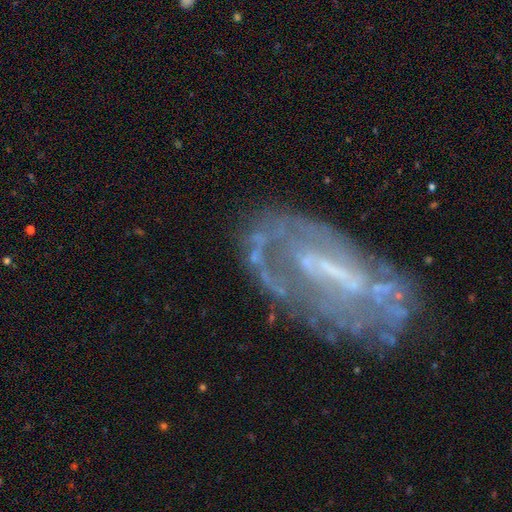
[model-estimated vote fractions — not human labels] Morphology: type=featured or disk (74%); edge-on=no (92%); bar=strong (36%); spiral arms=yes (53%); bulge=none (45%); merging=none (48%).